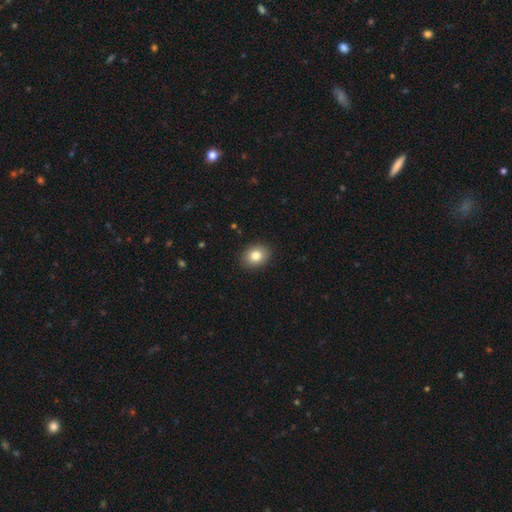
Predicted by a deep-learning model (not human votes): Smooth or featured?
  - smooth: 82% *
  - star or artifact: 10%
  - featured or disk: 9%
How rounded?
  - round: 51% *
  - in between: 48%
  - cigar-shaped: 1%
Merging?
  - none: 90% *
  - minor disturbance: 7%
  - major disturbance: 2%
  - merger: 1%